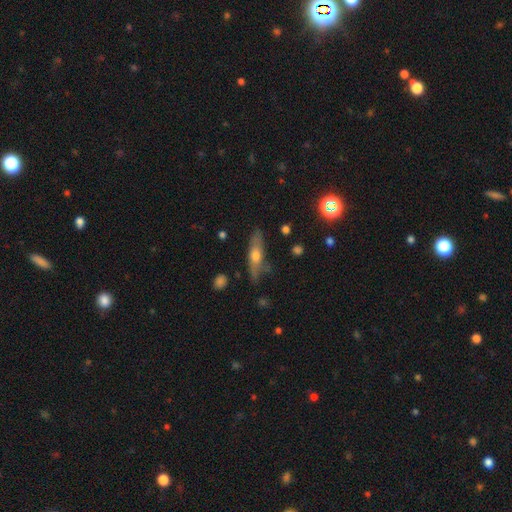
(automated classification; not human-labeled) smooth-or-featured: smooth: 51% | featured or disk: 41% | star or artifact: 8%
  how-rounded: cigar-shaped: 61% | in between: 35% | round: 4%
  merging: none: 67% | minor disturbance: 23% | major disturbance: 7% | merger: 3%